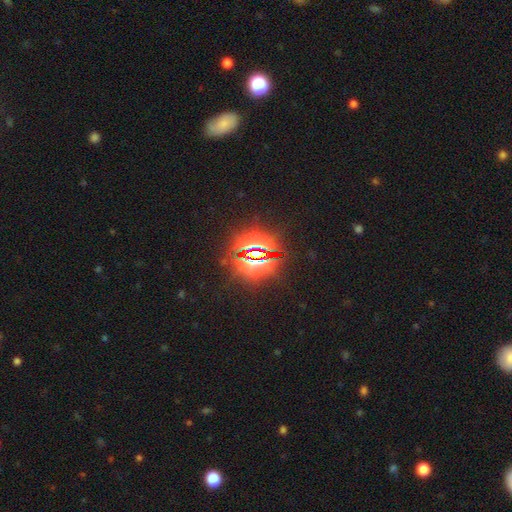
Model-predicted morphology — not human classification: Smooth or featured? Predicted: star or artifact (p=0.81).